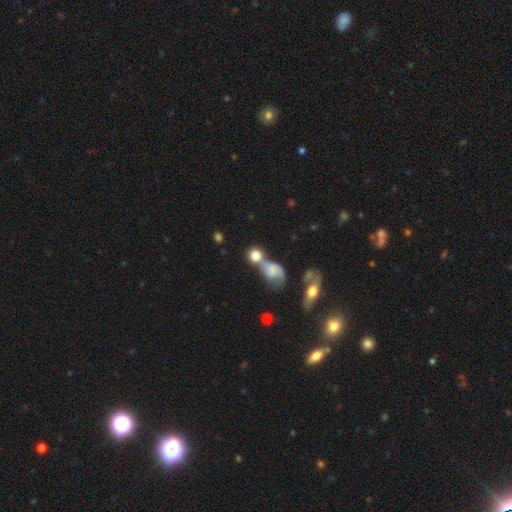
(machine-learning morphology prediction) This appears to be a smooth galaxy with no disk features (73%) that is round (81%). Merging: merger (53%).